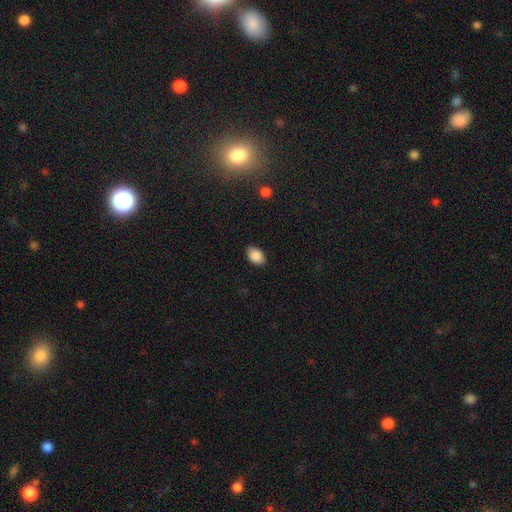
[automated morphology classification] Smooth or featured? Predicted: smooth (p=0.89). How rounded? Predicted: in between (p=0.88). Merging? Predicted: none (p=0.87).